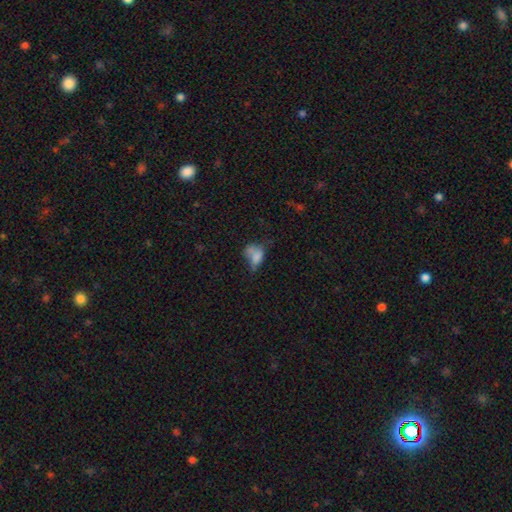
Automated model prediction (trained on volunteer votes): The model was most divided on "merging": major disturbance: 29%, minor disturbance: 26%, none: 23%, merger: 22%. More confident: how rounded — in between (81%); smooth or featured — smooth (68%).